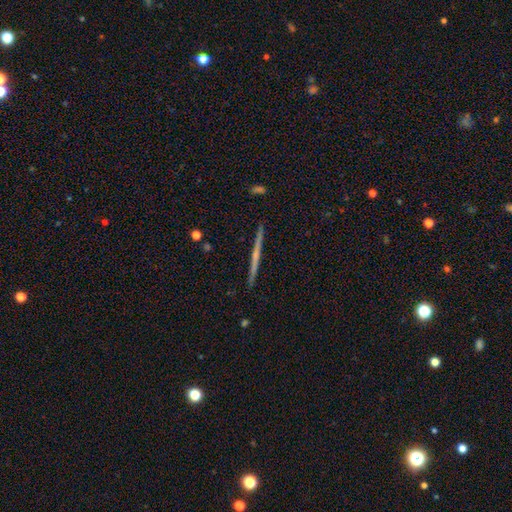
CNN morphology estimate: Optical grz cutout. It shows a featured or disk galaxy (67%) viewed edge-on (98%) with no central bulge (67%). Merging: none (93%).